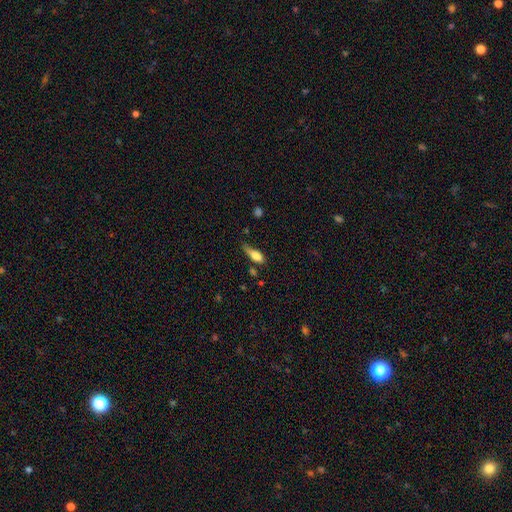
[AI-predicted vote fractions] Smooth or featured?
  - smooth: 75% *
  - featured or disk: 17%
  - star or artifact: 8%
How rounded?
  - in between: 68% *
  - cigar-shaped: 27%
  - round: 4%
Merging?
  - minor disturbance: 38% *
  - none: 37%
  - major disturbance: 19%
  - merger: 7%